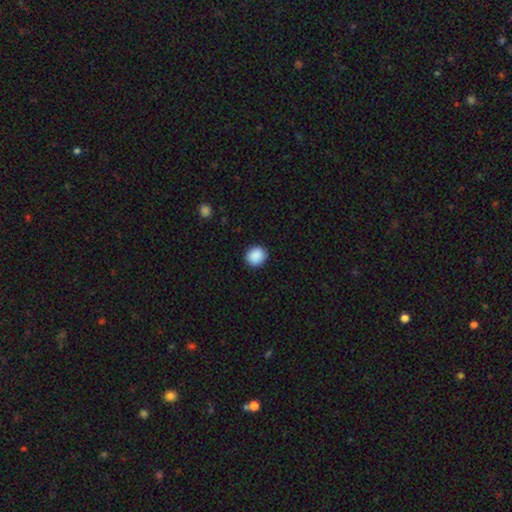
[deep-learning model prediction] smooth_or_featured: smooth (p=0.90) [alt: star or artifact p=0.08]
how_rounded: round (p=0.85) [alt: in between p=0.14]
merging: none (p=0.91) [alt: minor disturbance p=0.06]